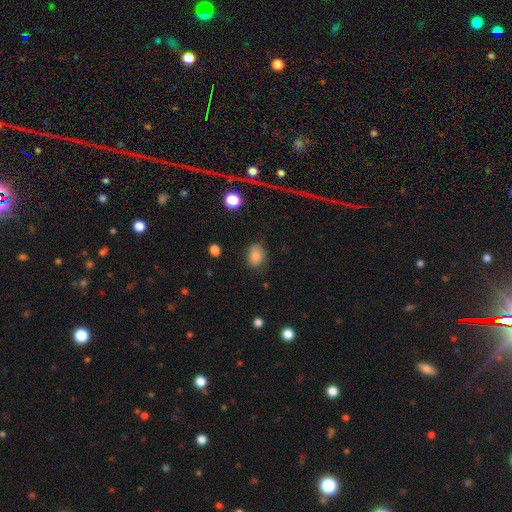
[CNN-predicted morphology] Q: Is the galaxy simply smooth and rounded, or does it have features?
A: smooth — 83%.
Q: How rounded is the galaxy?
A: in between — 60%.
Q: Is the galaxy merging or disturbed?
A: none — 73%.